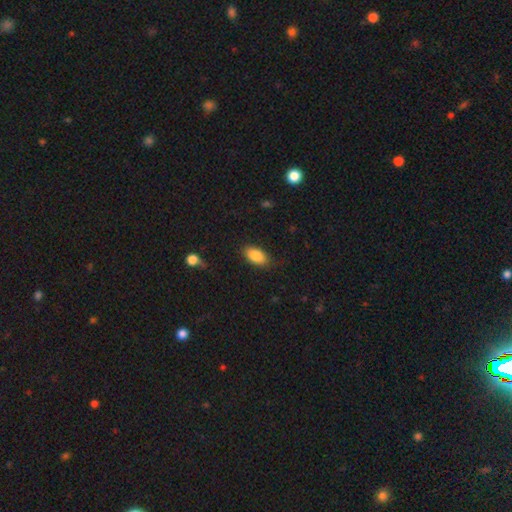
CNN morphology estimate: type=smooth (85%); roundness=in between (92%); merging=none (83%).